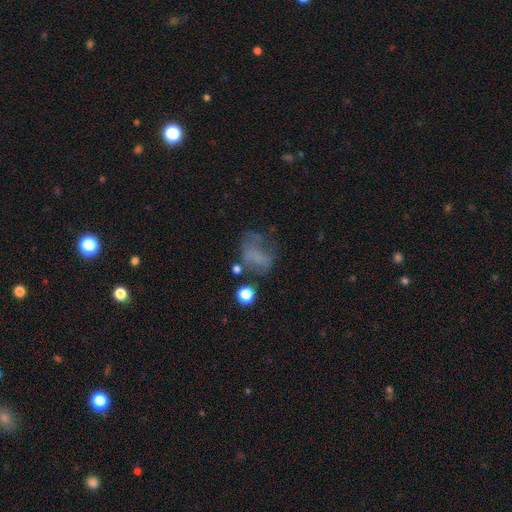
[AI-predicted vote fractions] Smooth or featured? Predicted: smooth (p=0.43). Merging? Predicted: major disturbance (p=0.36).